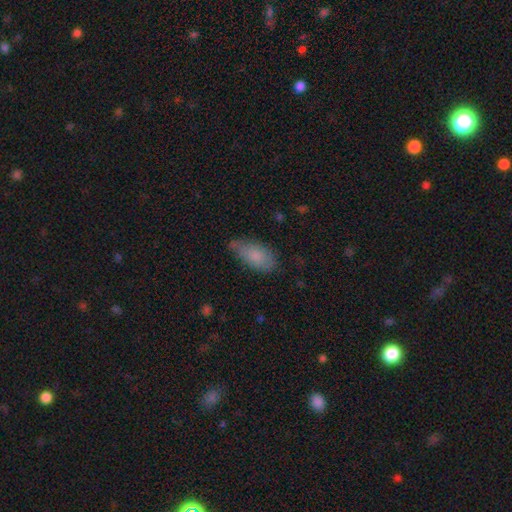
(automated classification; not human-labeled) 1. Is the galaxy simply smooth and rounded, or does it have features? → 80% smooth, 13% featured or disk, 7% star or artifact.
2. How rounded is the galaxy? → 90% in between, 7% cigar-shaped, 3% round.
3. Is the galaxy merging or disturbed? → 56% none, 33% minor disturbance, 7% major disturbance, 3% merger.